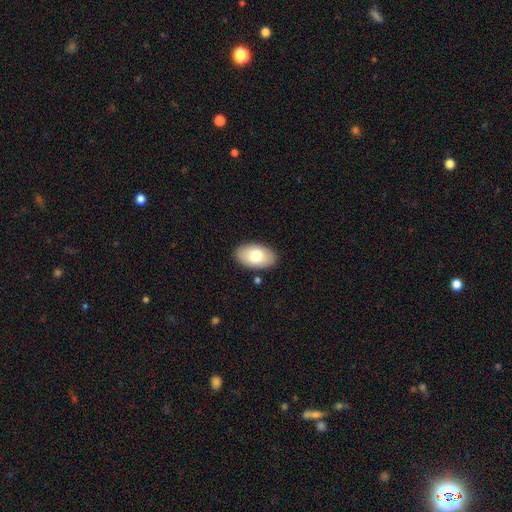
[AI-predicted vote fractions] smooth 75%, featured or disk 18%, star or artifact 7%. Down the decision tree: how rounded — in between (94%); merging — none (88%).